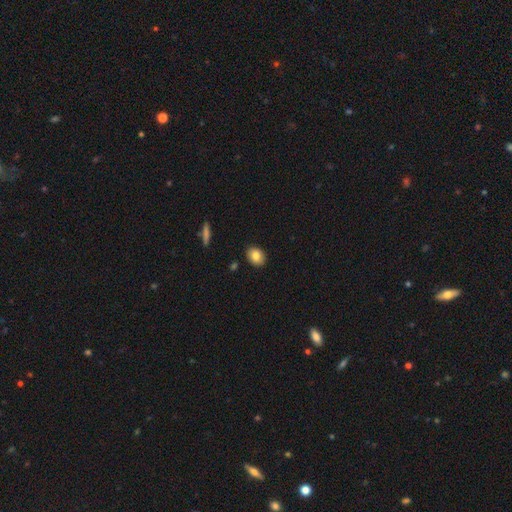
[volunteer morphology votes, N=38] Smooth or featured? 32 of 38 (84%) said smooth. How rounded? 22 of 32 (69%) said in between. Merging? 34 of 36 (94%) said none.